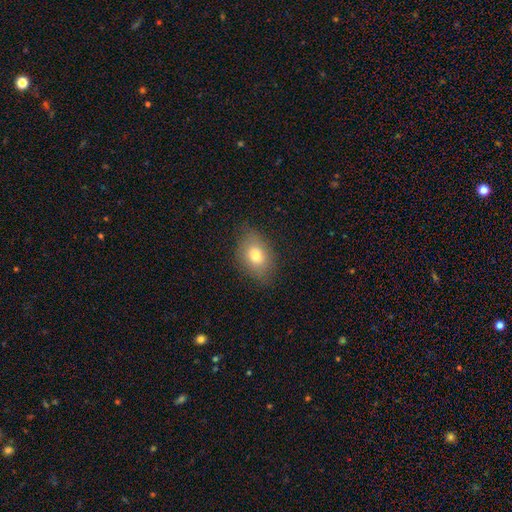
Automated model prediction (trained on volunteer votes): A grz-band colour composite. It shows a smooth galaxy with no disk features (74%) that is in between round and cigar-shaped (78%). Merging: none (81%).